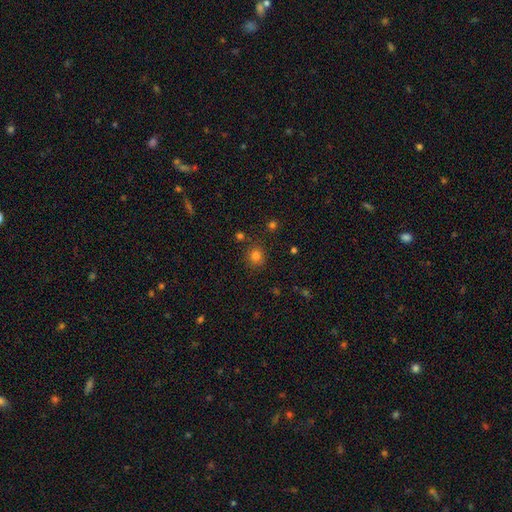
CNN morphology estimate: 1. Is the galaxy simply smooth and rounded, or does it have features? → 80% smooth, 15% star or artifact, 5% featured or disk.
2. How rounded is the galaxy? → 86% round, 13% in between, 1% cigar-shaped.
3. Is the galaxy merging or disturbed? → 83% none, 10% minor disturbance, 4% merger, 3% major disturbance.